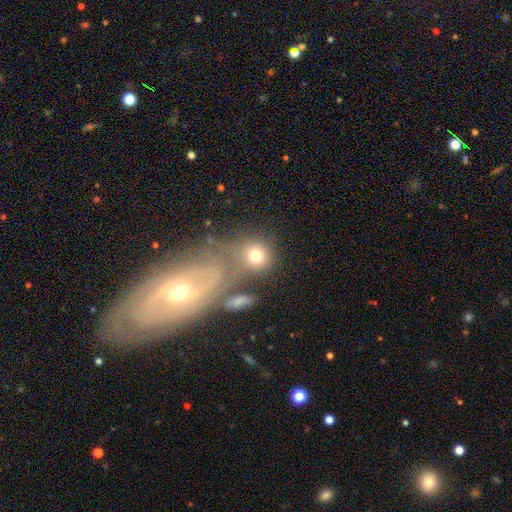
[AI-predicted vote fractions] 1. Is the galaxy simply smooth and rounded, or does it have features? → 71% smooth, 18% featured or disk, 11% star or artifact.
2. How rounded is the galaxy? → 78% round, 20% in between, 2% cigar-shaped.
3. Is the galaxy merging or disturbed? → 54% none, 25% merger, 13% minor disturbance, 9% major disturbance.